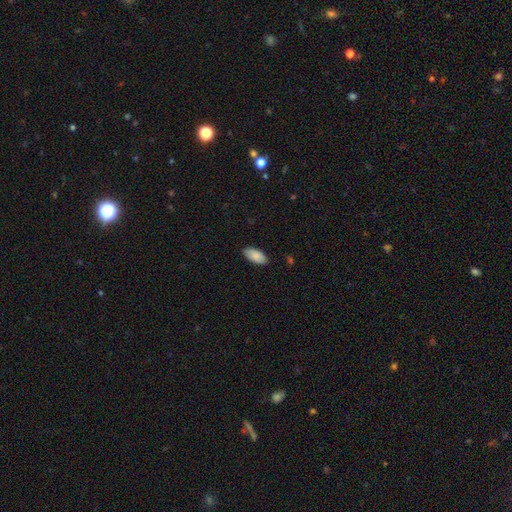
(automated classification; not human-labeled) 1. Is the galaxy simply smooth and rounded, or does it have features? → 88% smooth, 6% star or artifact, 6% featured or disk.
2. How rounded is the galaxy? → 93% in between, 5% cigar-shaped, 2% round.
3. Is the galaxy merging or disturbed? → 87% none, 10% minor disturbance, 2% major disturbance, 1% merger.